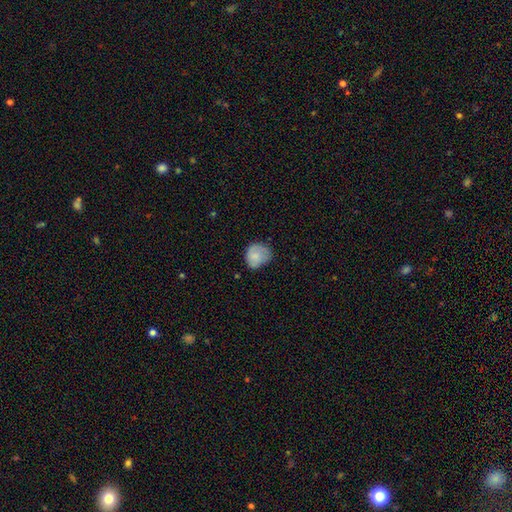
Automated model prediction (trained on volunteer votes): This appears to be a smooth galaxy with no disk features (75%) that is round (71%). Merging: none (54%).